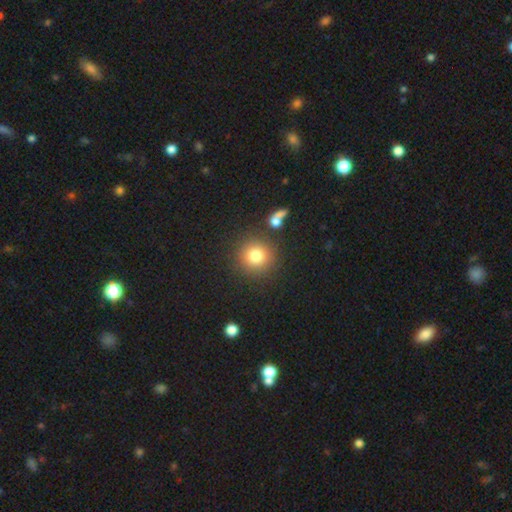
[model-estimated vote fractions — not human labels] This is likely a smooth galaxy (79%). How rounded: clearly round (93%). Merging: clearly none (83%).